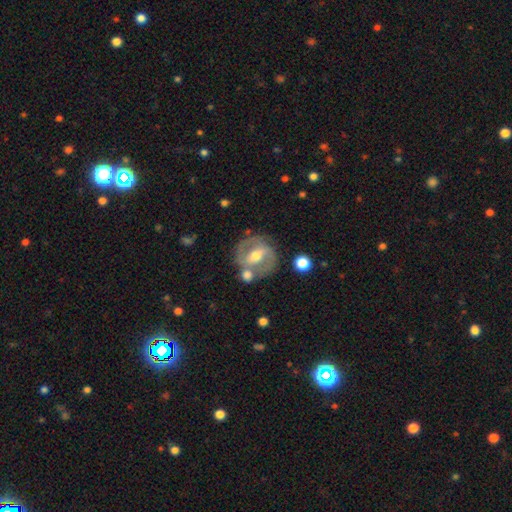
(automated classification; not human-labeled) Q: Smooth or featured?
A: featured or disk (73%); runner-up: smooth (21%)
Q: Edge-on disk?
A: no (95%); runner-up: yes (5%)
Q: Bar?
A: strong (46%); runner-up: weak (37%)
Q: Spiral arms?
A: yes (65%); runner-up: no (35%)
Q: Bulge size?
A: moderate (71%); runner-up: small (20%)
Q: Merging?
A: none (69%); runner-up: minor disturbance (14%)